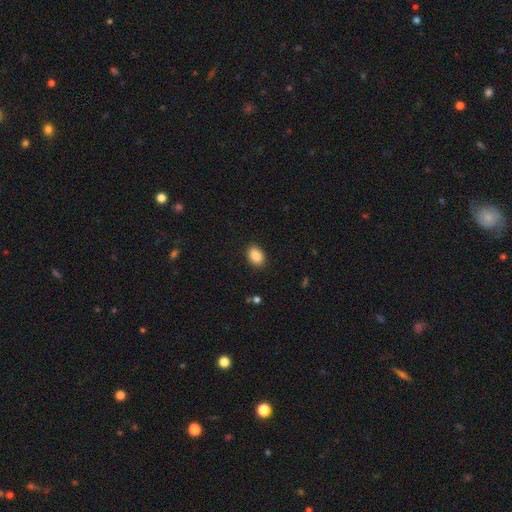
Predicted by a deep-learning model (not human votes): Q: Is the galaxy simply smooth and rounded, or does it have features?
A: smooth — 89%.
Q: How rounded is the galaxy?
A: in between — 80%.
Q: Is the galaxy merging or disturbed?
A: none — 88%.